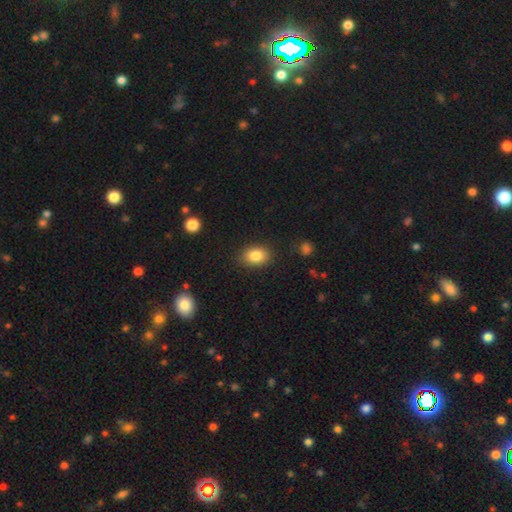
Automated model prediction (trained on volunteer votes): Overall: smooth (84%). How rounded: in between (75%). Merging: none (85%).